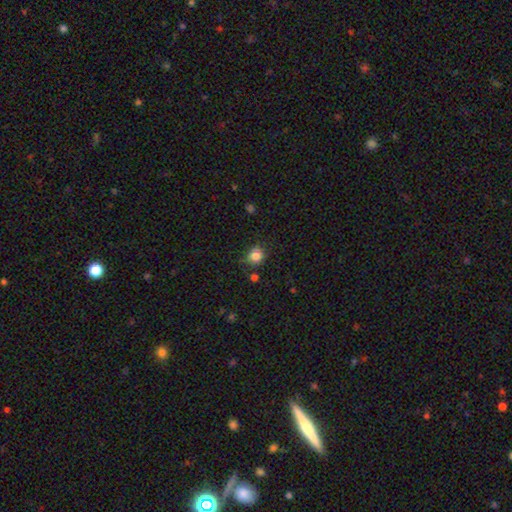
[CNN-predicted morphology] Smooth or featured?
  - smooth: 85% *
  - star or artifact: 11%
  - featured or disk: 5%
How rounded?
  - round: 80% *
  - in between: 19%
  - cigar-shaped: 1%
Merging?
  - none: 74% *
  - minor disturbance: 18%
  - major disturbance: 4%
  - merger: 4%